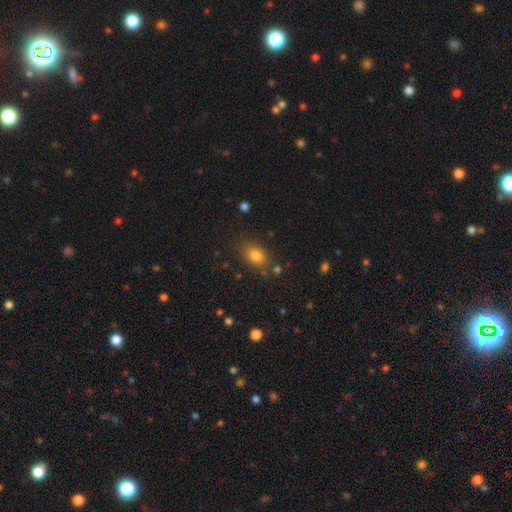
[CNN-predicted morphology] Smooth or featured? smooth (79%)
How rounded? in between (70%)
Merging? none (80%)